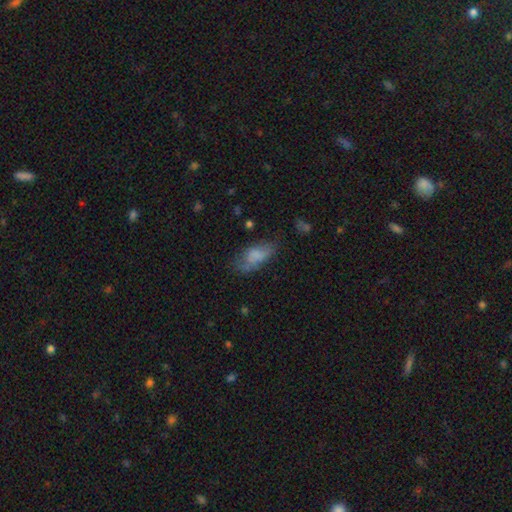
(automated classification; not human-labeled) Q: Smooth or featured?
A: smooth (70%); runner-up: featured or disk (20%)
Q: How rounded?
A: in between (86%); runner-up: cigar-shaped (11%)
Q: Merging?
A: none (46%); runner-up: minor disturbance (30%)